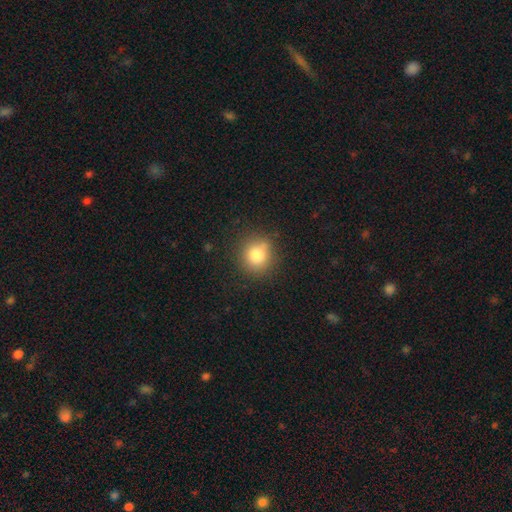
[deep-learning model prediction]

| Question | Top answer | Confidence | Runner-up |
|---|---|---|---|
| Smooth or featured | smooth | 81% | star or artifact (11%) |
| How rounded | round | 86% | in between (13%) |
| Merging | none | 80% | minor disturbance (14%) |